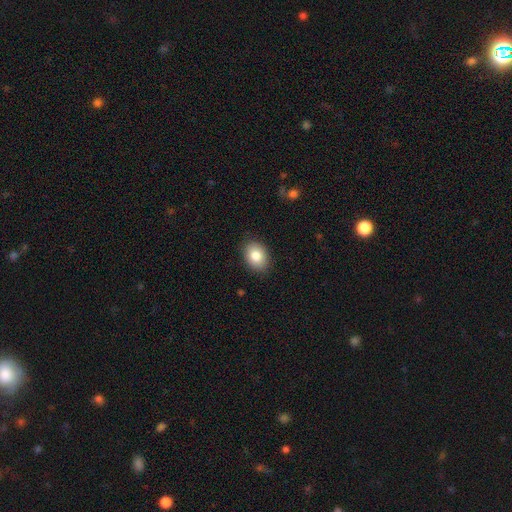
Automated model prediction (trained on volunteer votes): This is clearly a smooth galaxy (83%). How rounded: likely in between (72%). Merging: clearly none (88%).